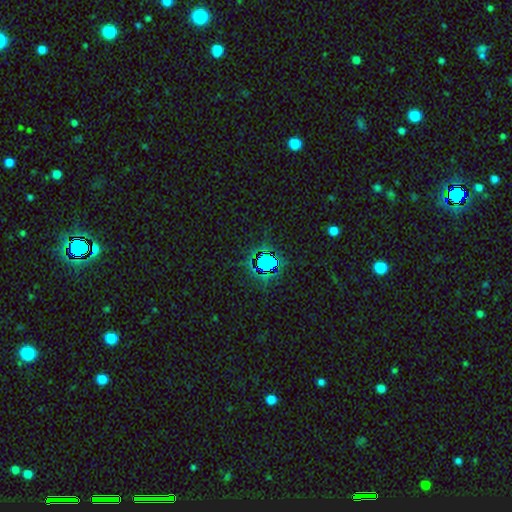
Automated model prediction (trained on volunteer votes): Morphology: type=star or artifact (72%).